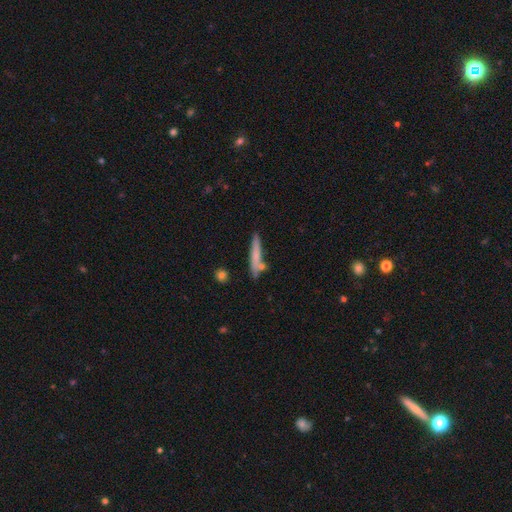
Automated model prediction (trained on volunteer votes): This is likely a smooth galaxy (68%). How rounded: clearly cigar-shaped (93%). Merging: likely none (76%).